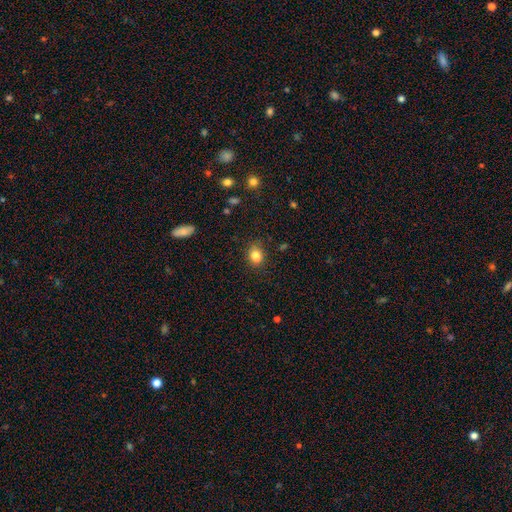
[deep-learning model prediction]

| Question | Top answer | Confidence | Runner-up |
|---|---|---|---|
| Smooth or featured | smooth | 83% | star or artifact (11%) |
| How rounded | in between | 56% | round (43%) |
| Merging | none | 77% | minor disturbance (16%) |